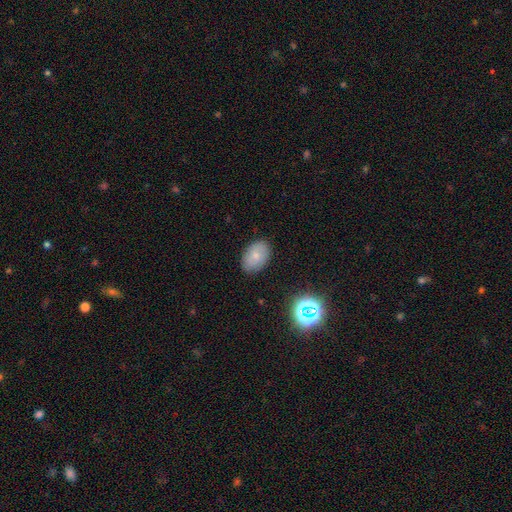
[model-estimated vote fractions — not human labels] The model was most divided on "smooth or featured": smooth: 75%, featured or disk: 15%, star or artifact: 11%. More confident: merging — none (85%); how rounded — in between (84%).